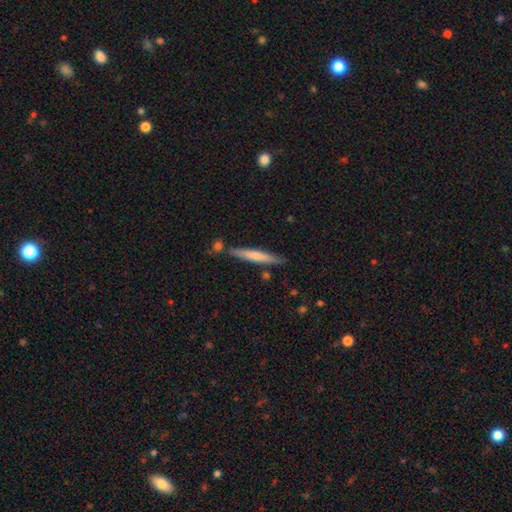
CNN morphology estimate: Smooth or featured?
  - smooth: 63% *
  - featured or disk: 32%
  - star or artifact: 5%
How rounded?
  - cigar-shaped: 94% *
  - in between: 4%
  - round: 1%
Merging?
  - none: 80% *
  - minor disturbance: 12%
  - merger: 6%
  - major disturbance: 2%